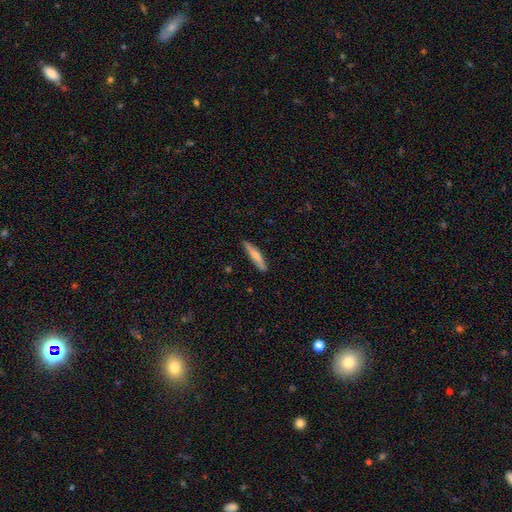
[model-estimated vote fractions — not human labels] smooth 61%, featured or disk 33%, star or artifact 5%. Down the decision tree: how rounded — cigar-shaped (90%); merging — none (87%).